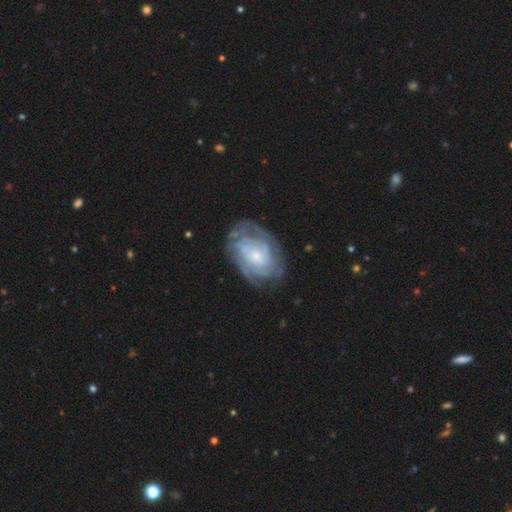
This is clearly a featured or disk galaxy (82%). It is clearly not viewed edge-on (97%). Bar: likely no (78%). Spiral arm pattern: clearly yes (81%). Spiral arm count: possibly can't tell (46%). Spiral winding: possibly tight (58%). Central bulge: possibly moderate (47%). Merging: possibly none (57%).